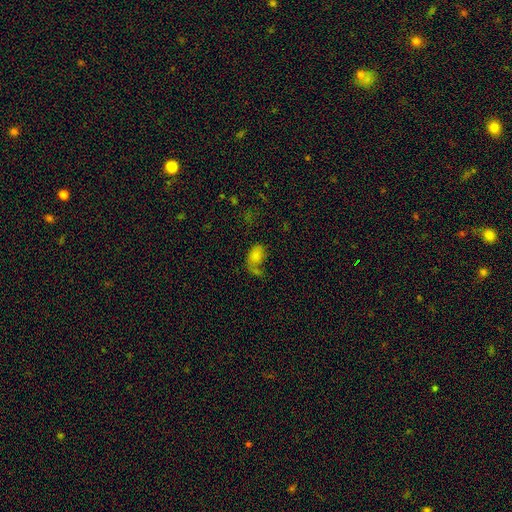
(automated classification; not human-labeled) Smooth or featured? Predicted: smooth (p=0.71). How rounded? Predicted: in between (p=0.85). Merging? Predicted: merger (p=0.34).